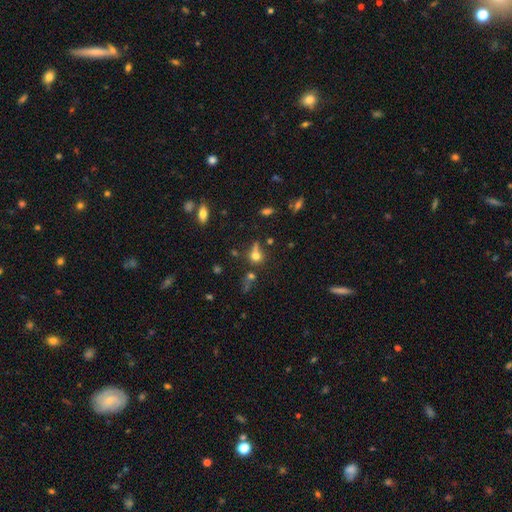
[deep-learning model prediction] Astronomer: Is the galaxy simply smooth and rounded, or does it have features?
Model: smooth — 68%.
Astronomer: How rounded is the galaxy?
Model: round — 77%.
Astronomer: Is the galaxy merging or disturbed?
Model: none — 49%.